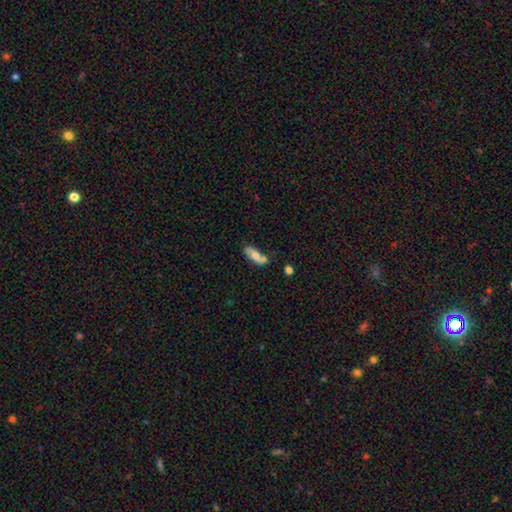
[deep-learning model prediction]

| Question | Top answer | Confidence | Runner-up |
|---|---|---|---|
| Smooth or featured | smooth | 57% | featured or disk (35%) |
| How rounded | in between | 74% | cigar-shaped (22%) |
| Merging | none | 55% | minor disturbance (20%) |